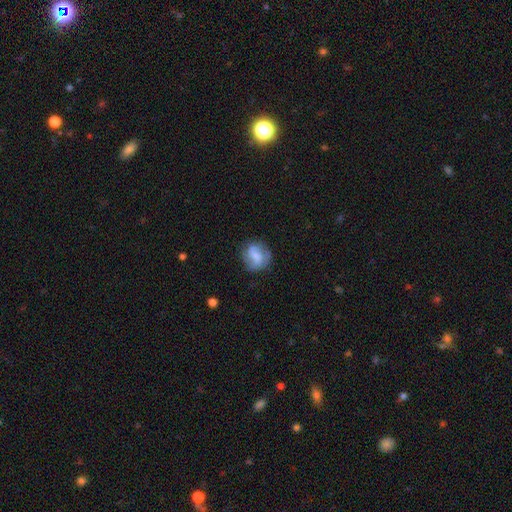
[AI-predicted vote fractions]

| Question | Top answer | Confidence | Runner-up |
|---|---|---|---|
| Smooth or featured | smooth | 47% | featured or disk (45%) |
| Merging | none | 63% | minor disturbance (23%) |